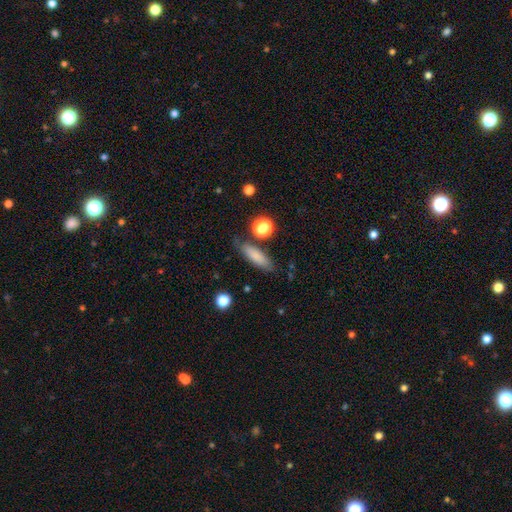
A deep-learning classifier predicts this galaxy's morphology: smooth 80%, featured or disk 12%, star or artifact 8%. Down the decision tree: how rounded — cigar-shaped (54%); merging — none (77%).